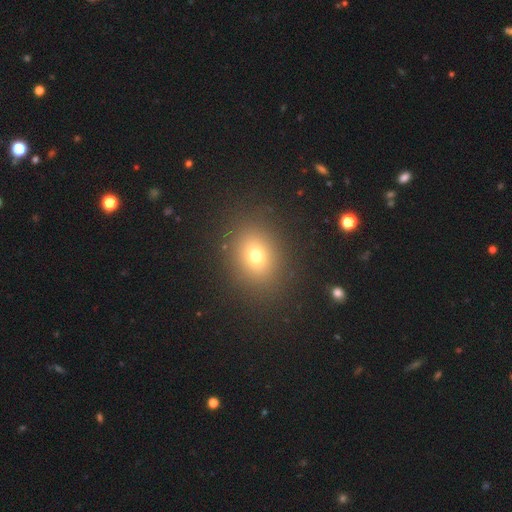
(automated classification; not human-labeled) A smooth galaxy with no disk features (72%) that is round (54%).

Vote fractions:
- Smooth or featured? smooth: 72% / star or artifact: 17% / featured or disk: 11%
- How rounded? round: 54% / in between: 45% / cigar-shaped: 1%
- Merging? none: 88% / minor disturbance: 7% / major disturbance: 4% / merger: 1%